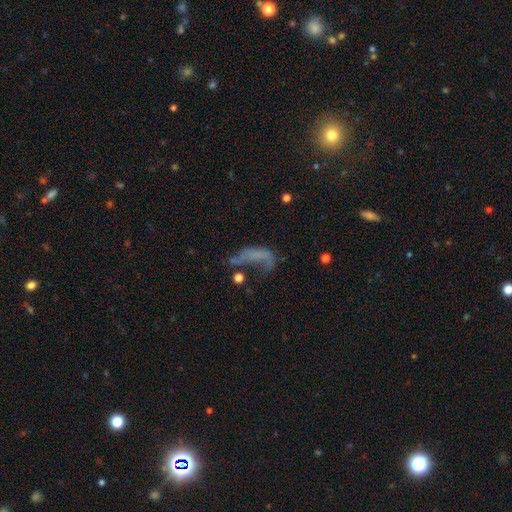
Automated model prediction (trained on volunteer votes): Smooth or featured? Predicted: featured or disk (p=0.43). Merging? Predicted: major disturbance (p=0.48).